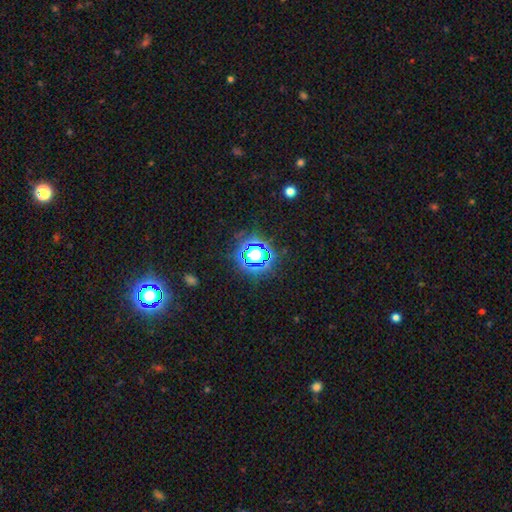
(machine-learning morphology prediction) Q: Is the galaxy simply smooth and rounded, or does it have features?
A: star or artifact — 67%.